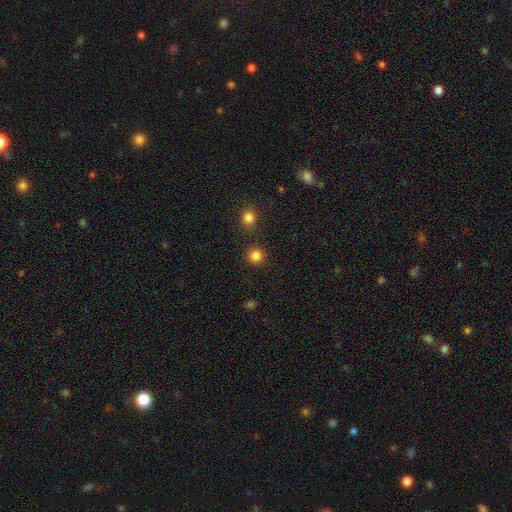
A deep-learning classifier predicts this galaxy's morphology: Smooth or featured?
  - smooth: 84% *
  - star or artifact: 13%
  - featured or disk: 3%
How rounded?
  - round: 93% *
  - in between: 6%
  - cigar-shaped: 1%
Merging?
  - none: 88% *
  - minor disturbance: 6%
  - merger: 4%
  - major disturbance: 2%